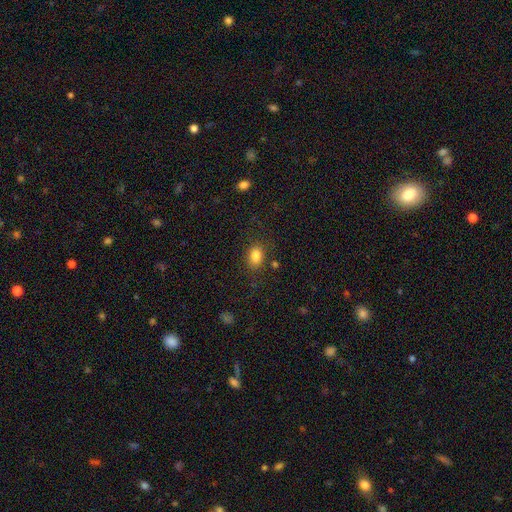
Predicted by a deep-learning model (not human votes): A smooth galaxy with no disk features (83%) that is in between round and cigar-shaped (67%). Merging: none (79%).